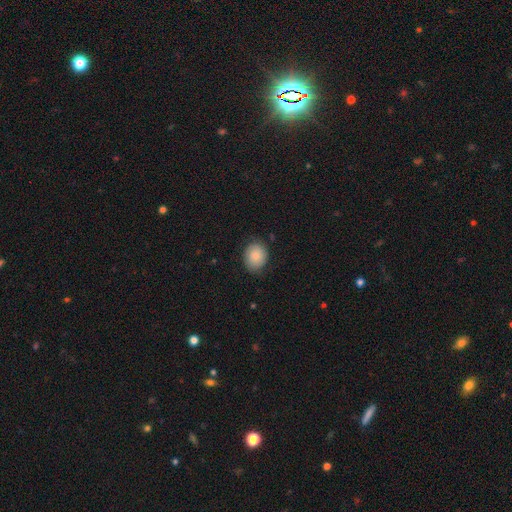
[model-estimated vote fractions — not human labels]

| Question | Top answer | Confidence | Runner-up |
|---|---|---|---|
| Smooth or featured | smooth | 83% | featured or disk (10%) |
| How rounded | round | 53% | in between (46%) |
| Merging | none | 78% | minor disturbance (18%) |